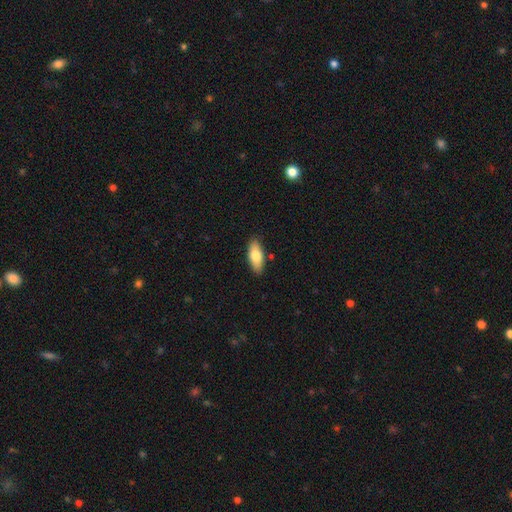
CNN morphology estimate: Smooth or featured?
  - smooth: 76% *
  - featured or disk: 18%
  - star or artifact: 6%
How rounded?
  - in between: 79% *
  - cigar-shaped: 19%
  - round: 2%
Merging?
  - none: 84% *
  - minor disturbance: 11%
  - merger: 2%
  - major disturbance: 2%